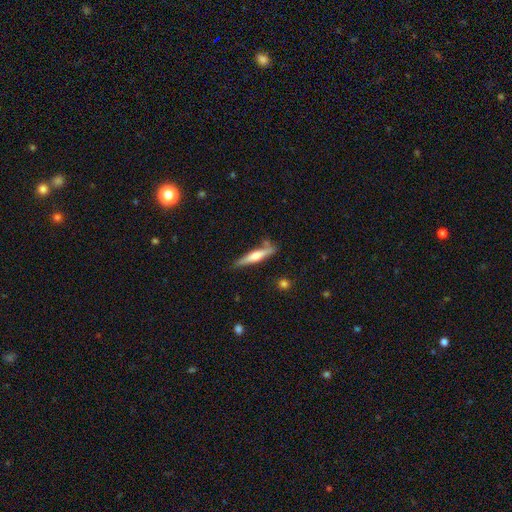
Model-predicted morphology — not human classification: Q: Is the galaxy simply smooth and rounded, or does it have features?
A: smooth — 48%.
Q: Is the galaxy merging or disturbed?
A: none — 75%.